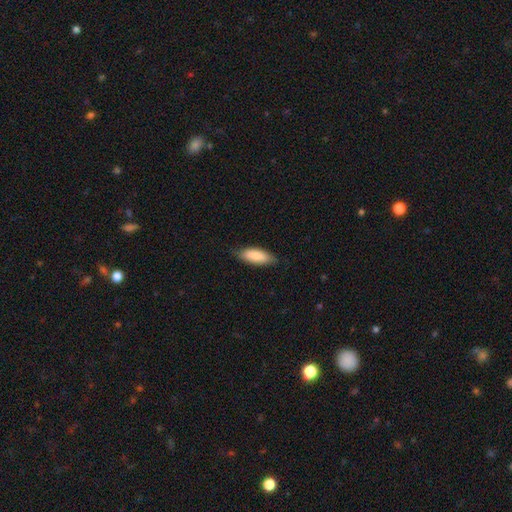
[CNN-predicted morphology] smooth-or-featured: smooth: 85% | featured or disk: 10% | star or artifact: 5%
  how-rounded: in between: 70% | cigar-shaped: 28% | round: 2%
  merging: none: 78% | minor disturbance: 18% | major disturbance: 3% | merger: 1%